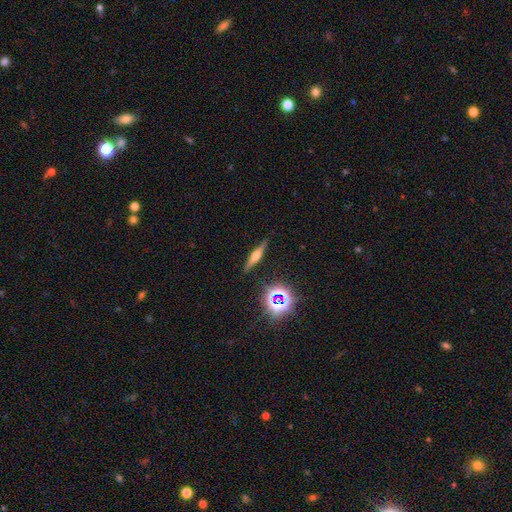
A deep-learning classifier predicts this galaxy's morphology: This appears to be a featured or disk galaxy (56%) viewed edge-on (95%) with a rounded central bulge (84%). Merging: none (87%).